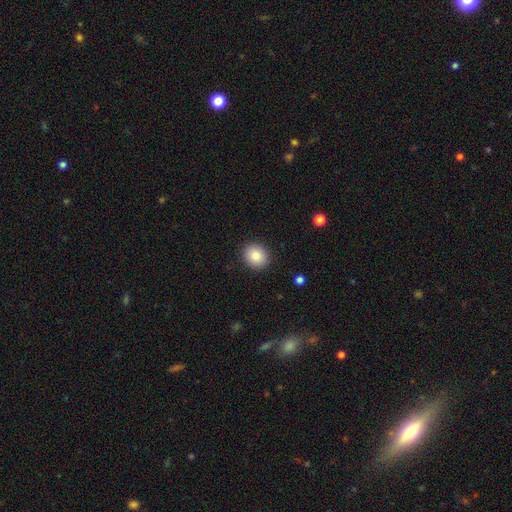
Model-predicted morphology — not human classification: smooth 85%, star or artifact 9%, featured or disk 7%. Down the decision tree: how rounded — round (77%); merging — none (90%).